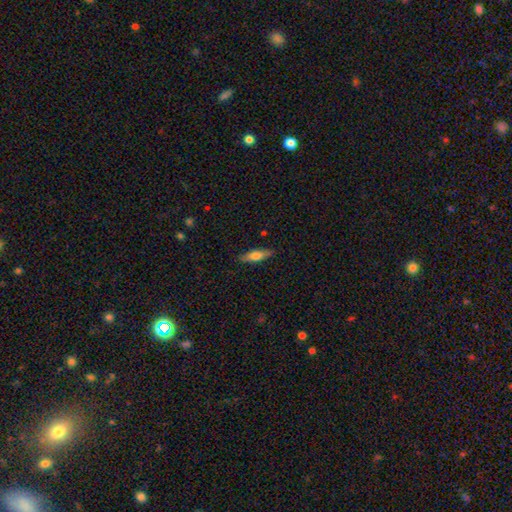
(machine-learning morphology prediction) A smooth galaxy with no disk features (64%) that is cigar-shaped (56%).

Vote fractions:
- Smooth or featured? smooth: 64% / featured or disk: 29% / star or artifact: 6%
- How rounded? cigar-shaped: 56% / in between: 42% / round: 2%
- Merging? none: 86% / minor disturbance: 11% / major disturbance: 2% / merger: 1%